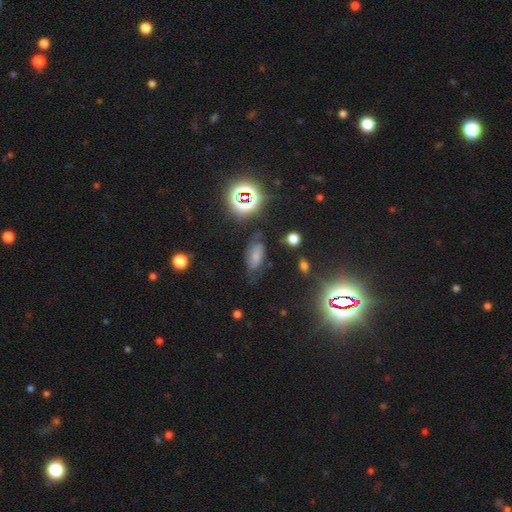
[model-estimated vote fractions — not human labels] Overall: smooth (42%; featured or disk 33%). Merging: none (55%; minor disturbance 27%).